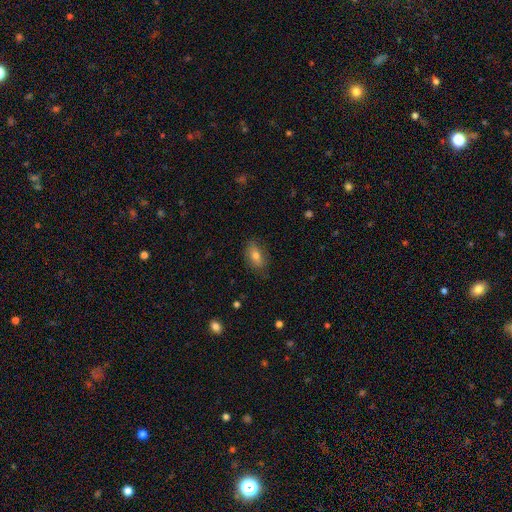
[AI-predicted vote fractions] A smooth galaxy with no disk features (70%) that is in between round and cigar-shaped (86%).

Vote fractions:
- Smooth or featured? smooth: 70% / featured or disk: 21% / star or artifact: 9%
- How rounded? in between: 86% / round: 9% / cigar-shaped: 5%
- Merging? none: 78% / minor disturbance: 17% / major disturbance: 4% / merger: 1%